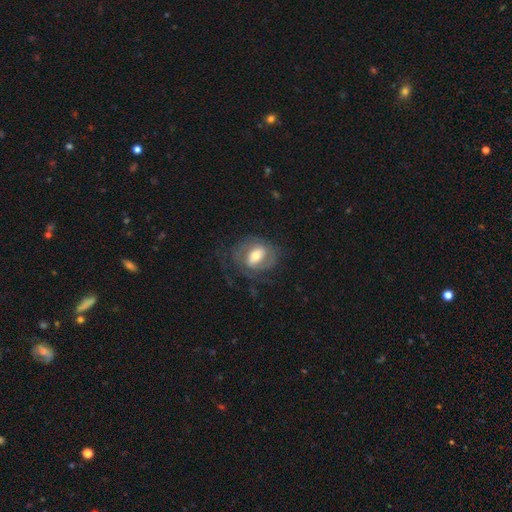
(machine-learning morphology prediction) Smooth or featured?
  - featured or disk: 63% *
  - smooth: 30%
  - star or artifact: 7%
Edge-on disk?
  - no: 95% *
  - yes: 5%
Bar?
  - weak: 41% *
  - no: 32%
  - strong: 26%
Spiral arms?
  - yes: 71% *
  - no: 29%
Bulge size?
  - moderate: 62% *
  - small: 20%
  - large: 15%
  - dominant: 2%
  - none: 1%
Merging?
  - none: 55% *
  - major disturbance: 23%
  - minor disturbance: 20%
  - merger: 1%